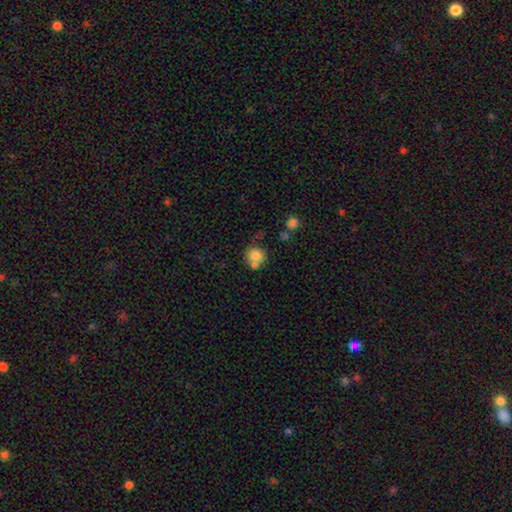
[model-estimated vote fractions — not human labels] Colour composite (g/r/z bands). It shows a smooth galaxy with no disk features (76%) that is round (81%). Merging: none (47%).